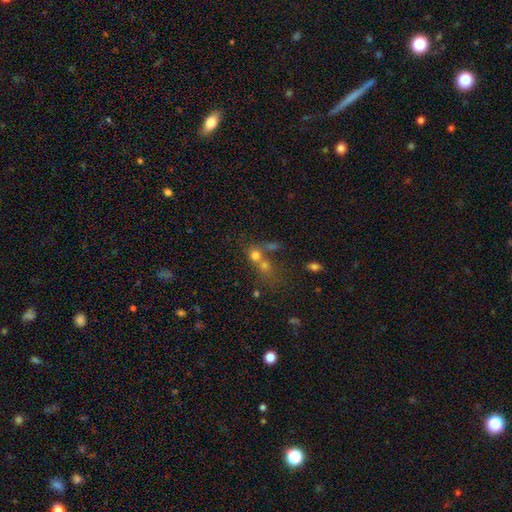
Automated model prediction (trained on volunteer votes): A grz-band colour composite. It shows a smooth galaxy with no disk features (65%) that is round (74%). Merging: merger (61%).